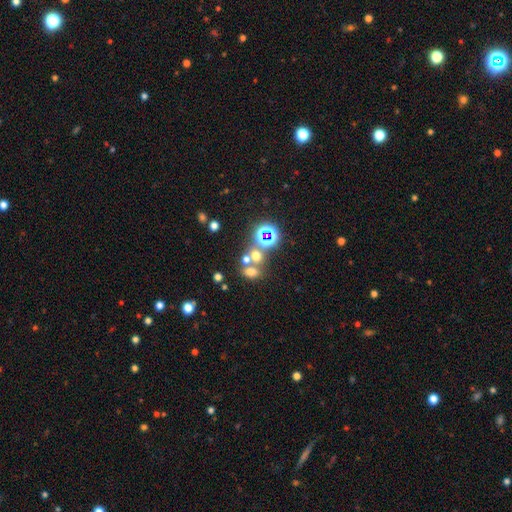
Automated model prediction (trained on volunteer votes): This is possibly a smooth galaxy (53%). How rounded: possibly round (55%). Merging: possibly none (46%).